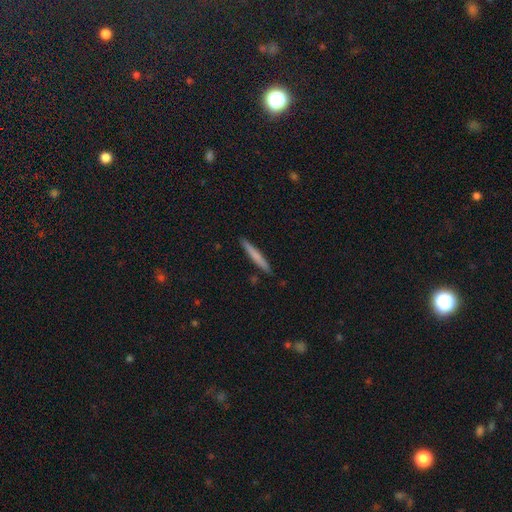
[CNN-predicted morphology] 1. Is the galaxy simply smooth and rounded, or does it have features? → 68% smooth, 26% featured or disk, 6% star or artifact.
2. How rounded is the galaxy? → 96% cigar-shaped, 2% in between, 1% round.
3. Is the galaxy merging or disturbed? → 90% none, 7% minor disturbance, 1% major disturbance, 1% merger.